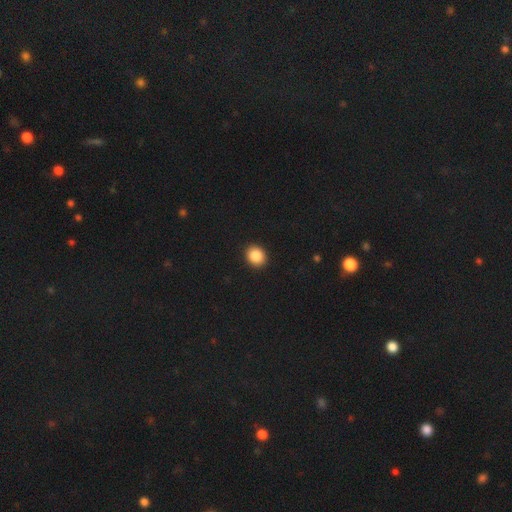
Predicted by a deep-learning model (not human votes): Smooth or featured? smooth (87%)
How rounded? round (67%)
Merging? none (92%)